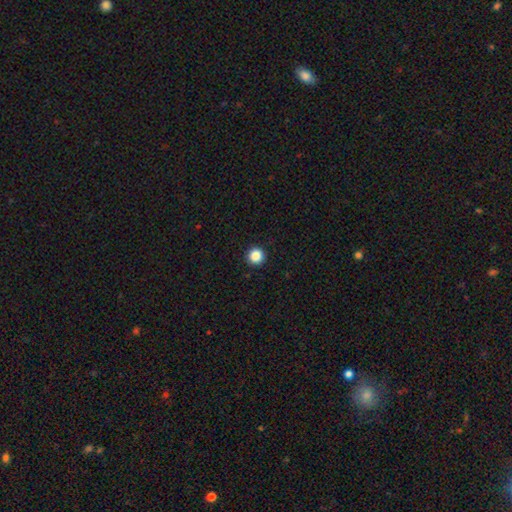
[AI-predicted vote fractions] Overall: smooth (86%). How rounded: round (96%). Merging: none (93%).